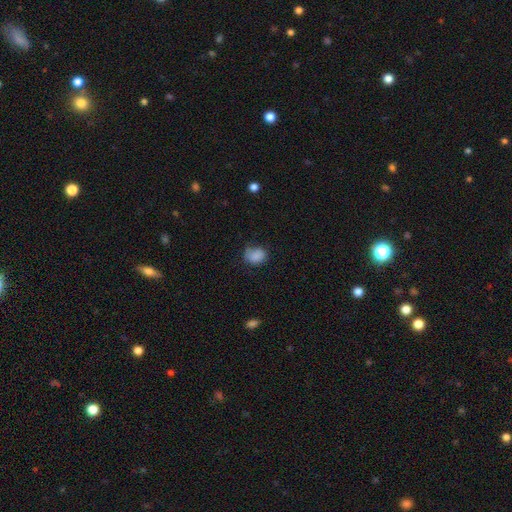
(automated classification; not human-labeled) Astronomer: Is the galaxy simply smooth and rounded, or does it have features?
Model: smooth — 84%.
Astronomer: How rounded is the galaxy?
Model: in between — 51% (runner-up: round, 48%).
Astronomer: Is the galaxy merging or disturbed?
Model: none — 56% (runner-up: minor disturbance, 31%).